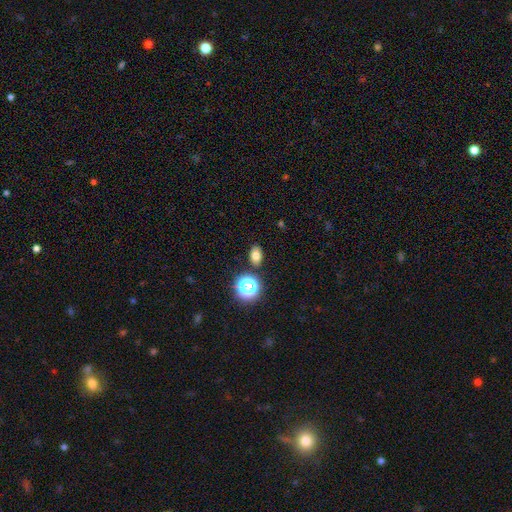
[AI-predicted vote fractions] The model was most divided on "how rounded": in between: 75%, round: 23%, cigar-shaped: 2%. More confident: merging — none (84%); smooth or featured — smooth (74%).